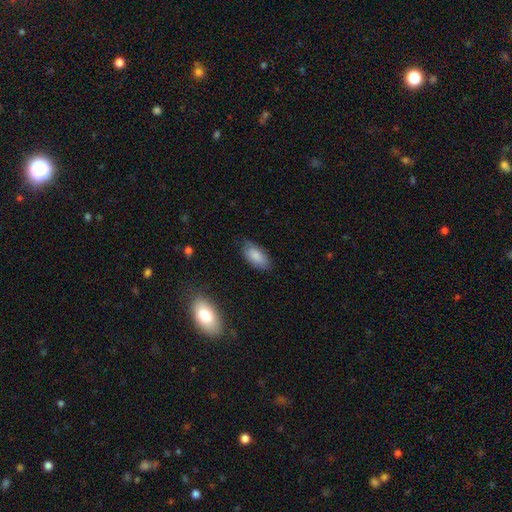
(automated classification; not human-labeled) Smooth or featured? smooth (84%)
How rounded? in between (91%)
Merging? none (78%)